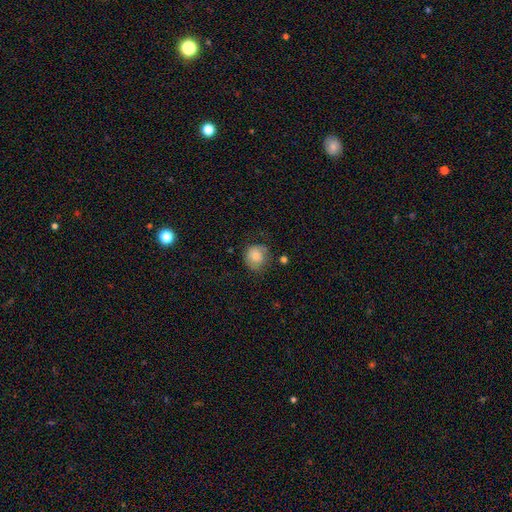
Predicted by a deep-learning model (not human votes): This appears to be a smooth galaxy with no disk features (74%) that is round (82%). Merging: none (60%).